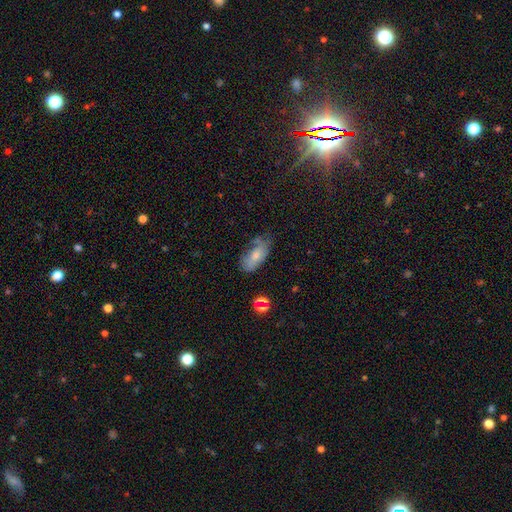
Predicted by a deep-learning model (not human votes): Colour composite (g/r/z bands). It shows a smooth galaxy with no disk features (61%) that is in between round and cigar-shaped (88%). Merging: none (45%).